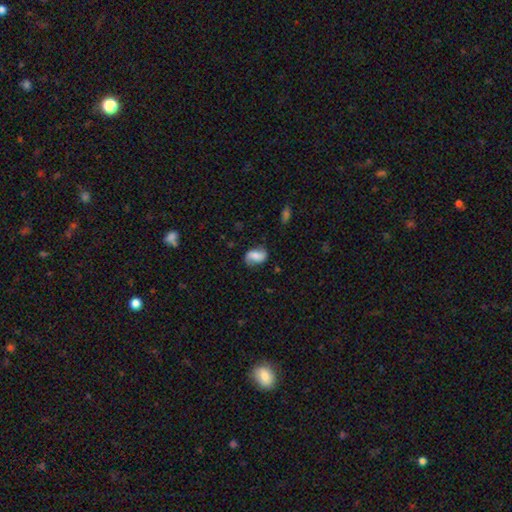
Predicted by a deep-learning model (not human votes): Overall: smooth (57%; featured or disk 35%). How rounded: in between (83%). Merging: none (72%).